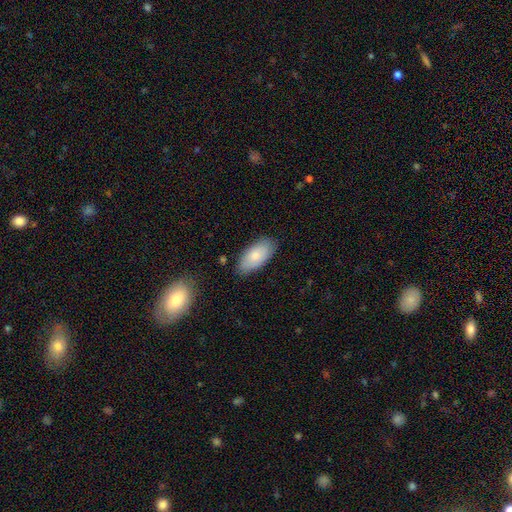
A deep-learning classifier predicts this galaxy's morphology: smooth 81%, featured or disk 13%, star or artifact 6%. Down the decision tree: how rounded — in between (93%); merging — none (83%).